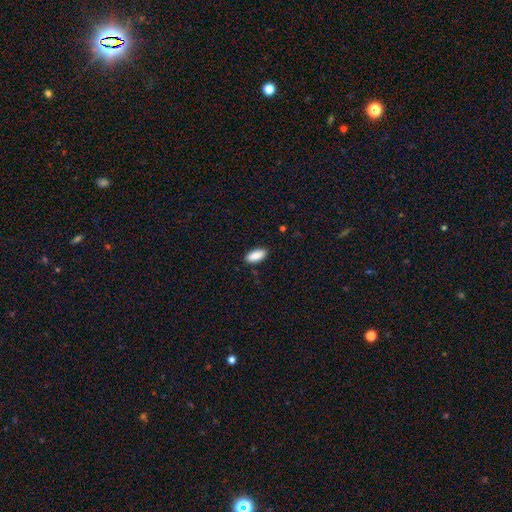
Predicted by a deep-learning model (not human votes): This is clearly a smooth galaxy (89%). How rounded: clearly in between (85%). Merging: clearly none (88%).